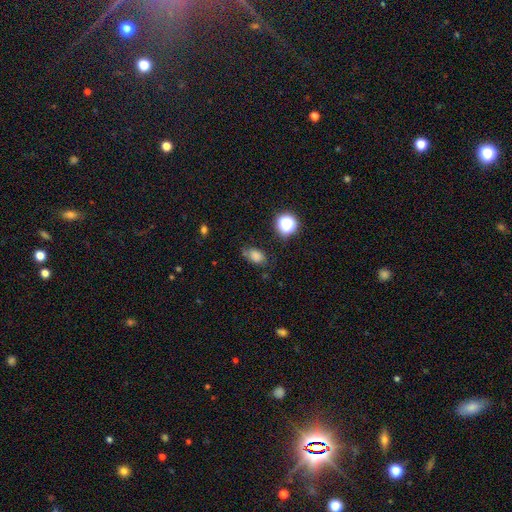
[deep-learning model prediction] Overall: smooth (77%). How rounded: in between (76%). Merging: none (60%; minor disturbance 27%).